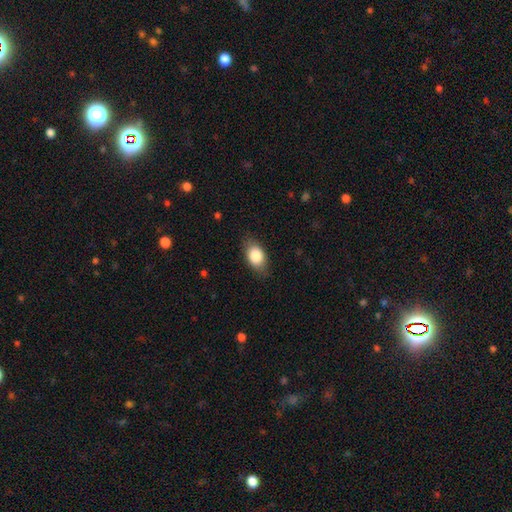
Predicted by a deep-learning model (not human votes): Morphology: type=smooth (84%); roundness=in between (87%); merging=none (80%).